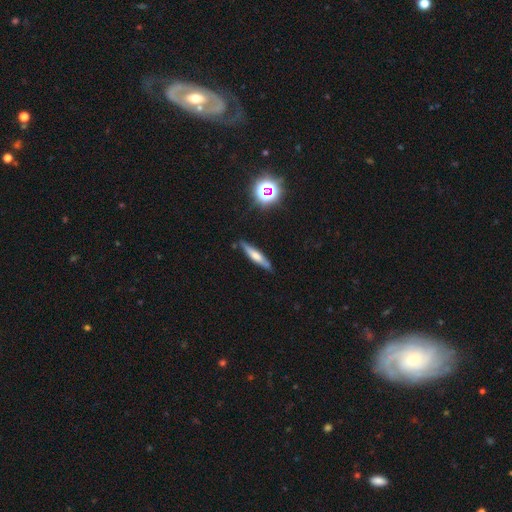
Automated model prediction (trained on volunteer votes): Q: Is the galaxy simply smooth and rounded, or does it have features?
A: smooth — 46%.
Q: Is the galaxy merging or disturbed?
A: none — 83%.